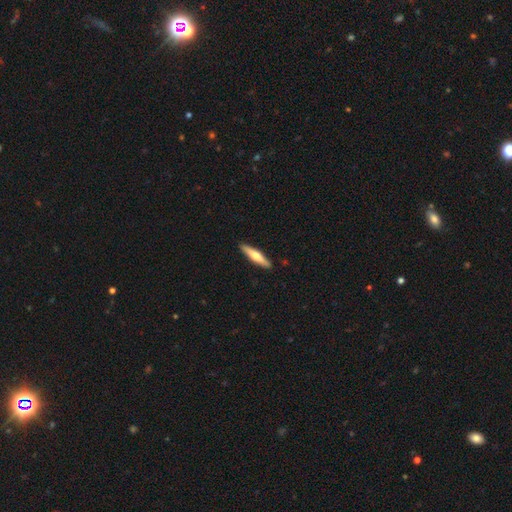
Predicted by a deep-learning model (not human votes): smooth-or-featured: smooth: 49% | featured or disk: 46% | star or artifact: 5%
  merging: none: 90% | minor disturbance: 7% | major disturbance: 1% | merger: 1%